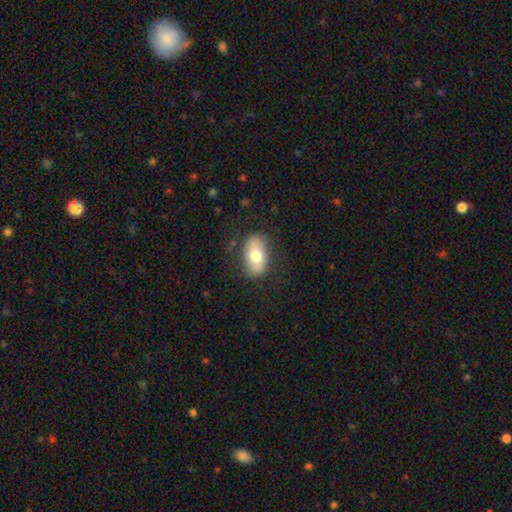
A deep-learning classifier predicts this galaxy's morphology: A smooth galaxy with no disk features (68%) that is in between round and cigar-shaped (89%). Merging: none (79%).